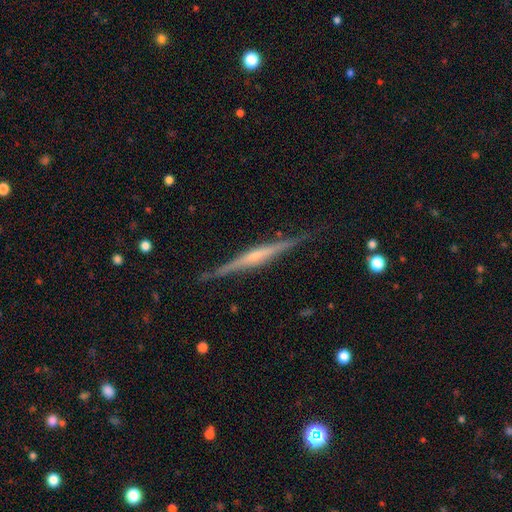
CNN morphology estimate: smooth_or_featured: featured or disk (p=0.80) [alt: smooth p=0.14]
disk_edge_on: yes (p=0.98) [alt: no p=0.02]
edge_on_bulge: rounded (p=0.64) [alt: none p=0.24]
merging: none (p=0.87) [alt: minor disturbance p=0.10]